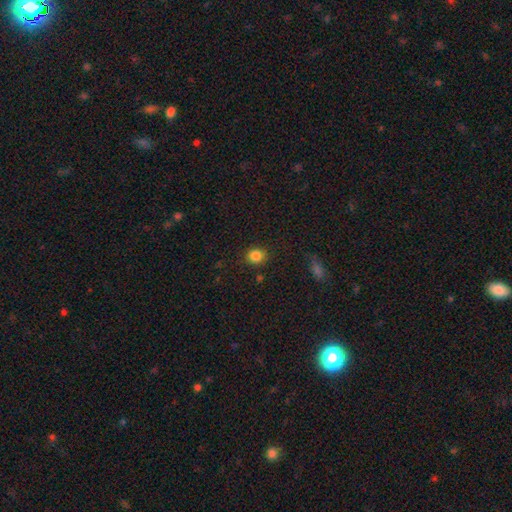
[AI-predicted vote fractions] smooth_or_featured: smooth (p=0.84) [alt: star or artifact p=0.11]
how_rounded: round (p=0.77) [alt: in between p=0.22]
merging: none (p=0.85) [alt: minor disturbance p=0.10]